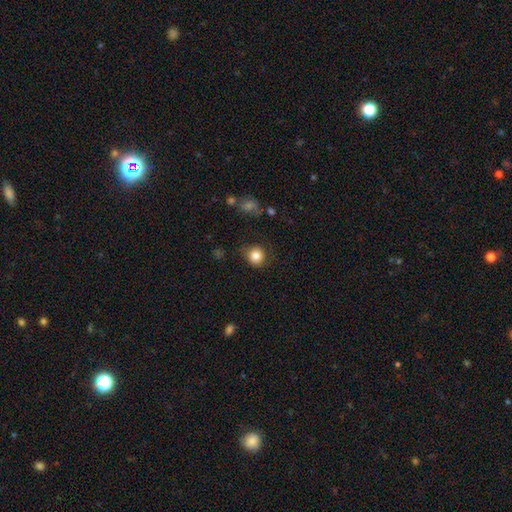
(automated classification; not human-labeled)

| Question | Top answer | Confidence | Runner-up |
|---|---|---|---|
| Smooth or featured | smooth | 83% | star or artifact (11%) |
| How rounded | round | 88% | in between (11%) |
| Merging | none | 80% | minor disturbance (14%) |